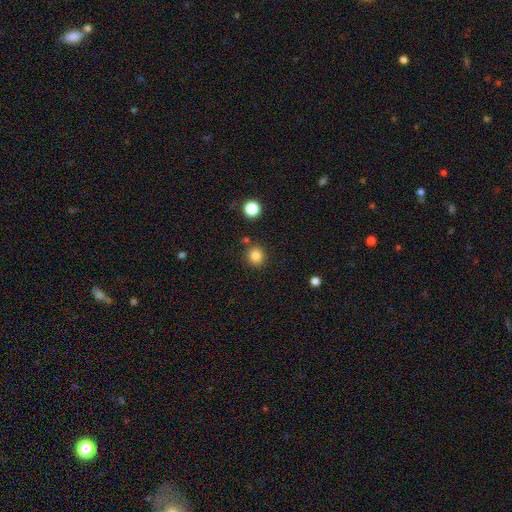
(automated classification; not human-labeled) A smooth galaxy with no disk features (83%) that is round (90%).

Vote fractions:
- Smooth or featured? smooth: 83% / star or artifact: 12% / featured or disk: 5%
- How rounded? round: 90% / in between: 9% / cigar-shaped: 1%
- Merging? none: 86% / minor disturbance: 7% / merger: 5% / major disturbance: 2%